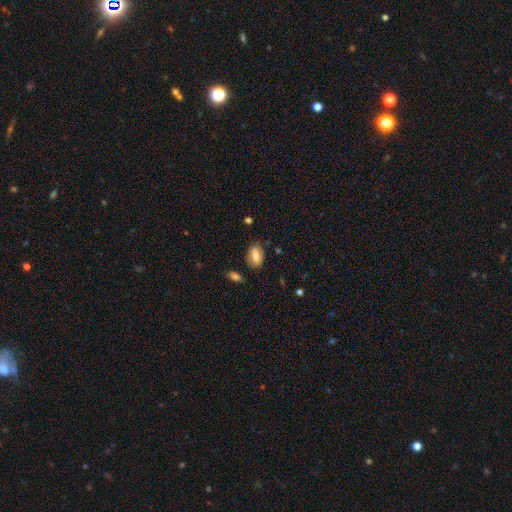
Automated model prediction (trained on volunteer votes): A smooth galaxy with no disk features (71%) that is in between round and cigar-shaped (87%). Merging: none (75%).